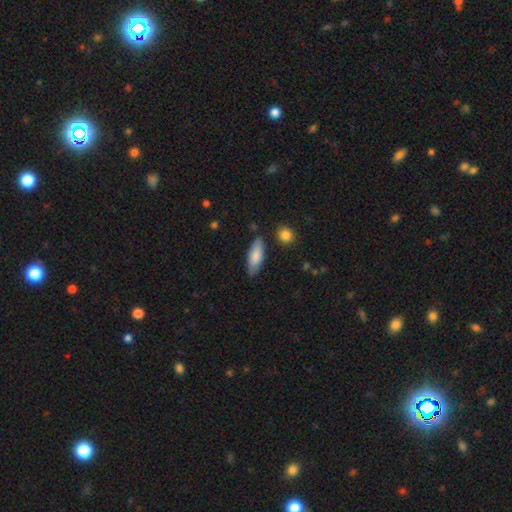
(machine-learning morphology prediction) Smooth or featured? smooth (81%)
How rounded? in between (71%)
Merging? none (79%)